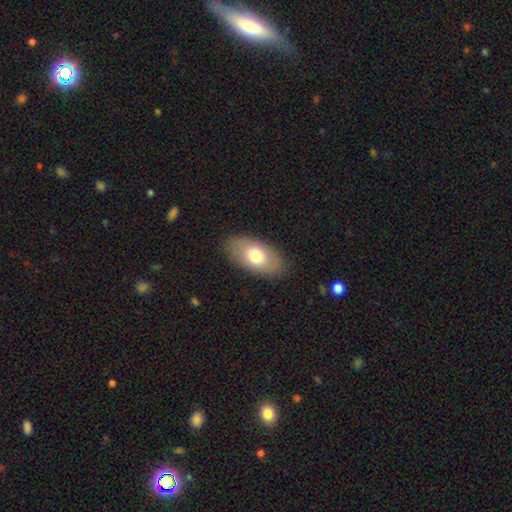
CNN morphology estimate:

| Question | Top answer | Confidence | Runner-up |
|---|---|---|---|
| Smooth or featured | smooth | 72% | featured or disk (21%) |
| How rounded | in between | 93% | round (5%) |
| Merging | none | 86% | minor disturbance (10%) |